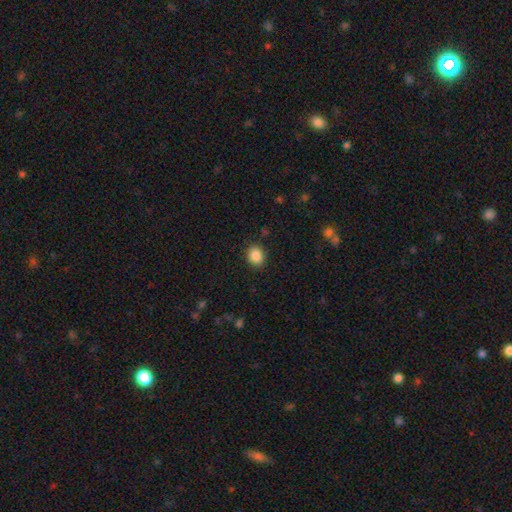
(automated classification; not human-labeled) Q: Smooth or featured?
A: smooth (87%); runner-up: star or artifact (9%)
Q: How rounded?
A: round (61%); runner-up: in between (38%)
Q: Merging?
A: none (89%); runner-up: minor disturbance (8%)